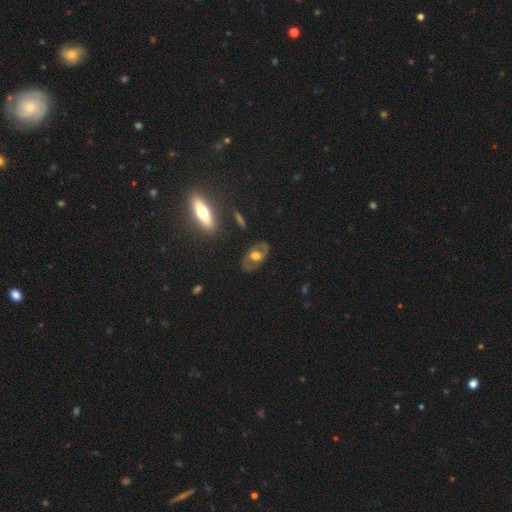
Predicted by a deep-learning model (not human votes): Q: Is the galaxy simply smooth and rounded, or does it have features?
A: featured or disk — 58%.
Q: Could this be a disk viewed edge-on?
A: no — 86%.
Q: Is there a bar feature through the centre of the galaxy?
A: no — 69%.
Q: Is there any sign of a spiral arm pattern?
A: no — 56%.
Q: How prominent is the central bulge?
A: moderate — 50%.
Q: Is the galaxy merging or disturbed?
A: none — 78%.